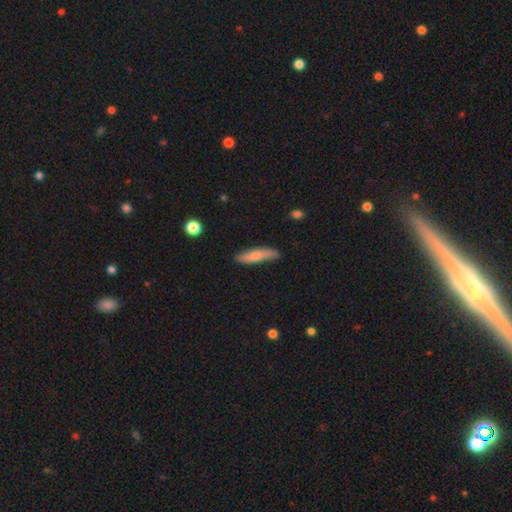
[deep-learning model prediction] A smooth galaxy with no disk features (70%) that is cigar-shaped (79%).

Vote fractions:
- Smooth or featured? smooth: 70% / featured or disk: 25% / star or artifact: 6%
- How rounded? cigar-shaped: 79% / in between: 19% / round: 2%
- Merging? none: 78% / minor disturbance: 18% / major disturbance: 3% / merger: 2%